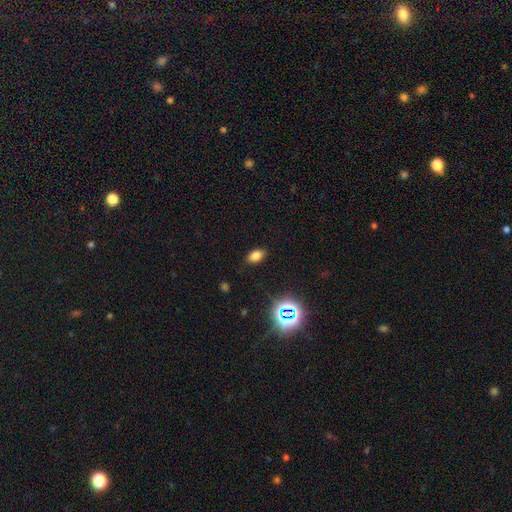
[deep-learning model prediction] smooth 75%, star or artifact 18%, featured or disk 7%. Down the decision tree: how rounded — in between (86%); merging — none (86%).